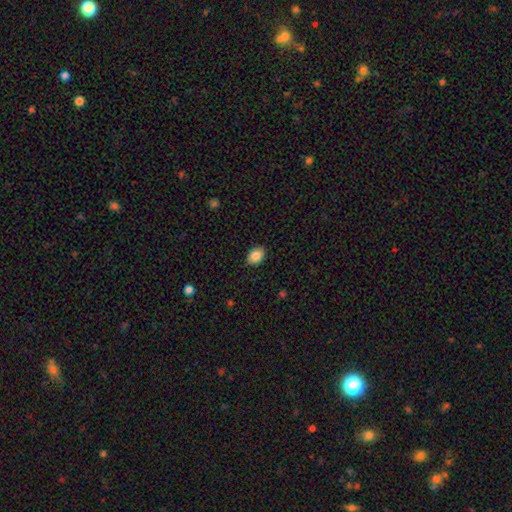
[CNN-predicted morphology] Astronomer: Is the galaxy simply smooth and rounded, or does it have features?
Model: smooth — 87%.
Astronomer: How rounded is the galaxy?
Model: in between — 68%.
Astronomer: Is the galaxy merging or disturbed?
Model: none — 87%.